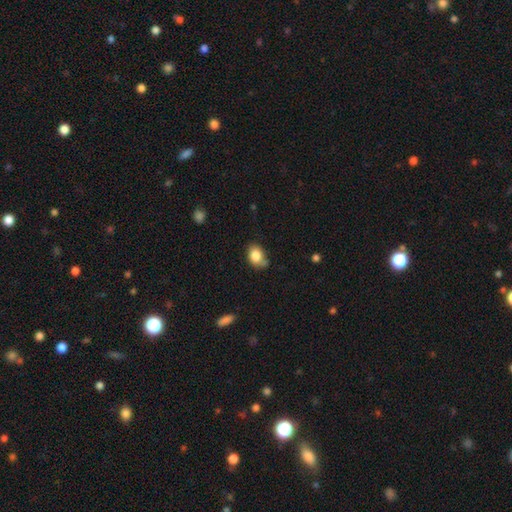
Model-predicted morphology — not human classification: smooth 83%, star or artifact 9%, featured or disk 9%. Down the decision tree: how rounded — in between (70%); merging — none (59%).